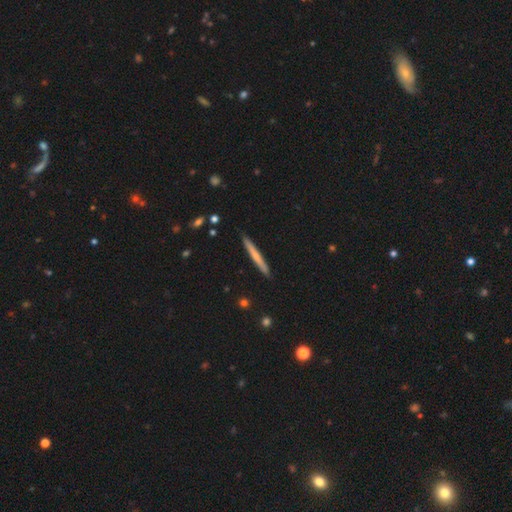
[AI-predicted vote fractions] Q: Smooth or featured?
A: smooth (57%); runner-up: featured or disk (37%)
Q: How rounded?
A: cigar-shaped (97%); runner-up: in between (2%)
Q: Merging?
A: none (91%); runner-up: minor disturbance (6%)